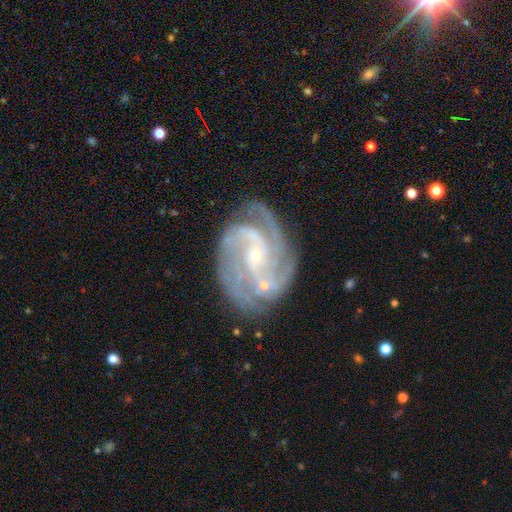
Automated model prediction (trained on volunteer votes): This is clearly a featured or disk galaxy (89%). It is clearly not viewed edge-on (98%). Bar: possibly no (45%). Spiral arm pattern: clearly yes (98%). Spiral arm count: marginally 3 (34%). Spiral winding: possibly tight (49%). Central bulge: clearly small (82%). Merging: likely none (67%).